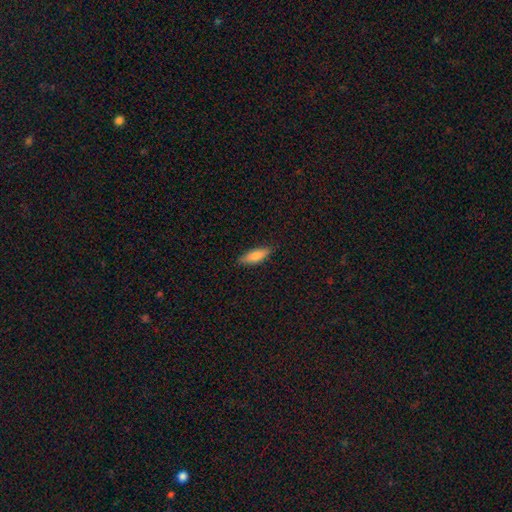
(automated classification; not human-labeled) A smooth galaxy with no disk features (81%) that is in between round and cigar-shaped (55%).

Vote fractions:
- Smooth or featured? smooth: 81% / featured or disk: 13% / star or artifact: 6%
- How rounded? in between: 55% / cigar-shaped: 43% / round: 2%
- Merging? none: 84% / minor disturbance: 12% / major disturbance: 2% / merger: 1%